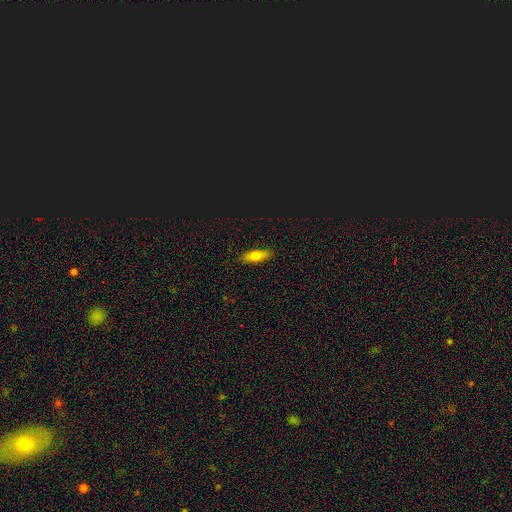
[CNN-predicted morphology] This appears to be a smooth galaxy with no disk features (73%) that is in between round and cigar-shaped (64%). Merging: none (88%).